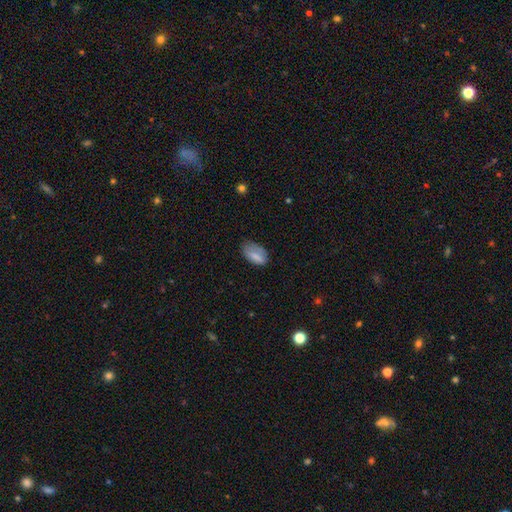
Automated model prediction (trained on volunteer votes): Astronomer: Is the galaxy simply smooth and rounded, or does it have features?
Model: smooth — 80%.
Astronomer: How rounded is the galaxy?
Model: in between — 92%.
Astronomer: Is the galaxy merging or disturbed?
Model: none — 55% (runner-up: minor disturbance, 33%).